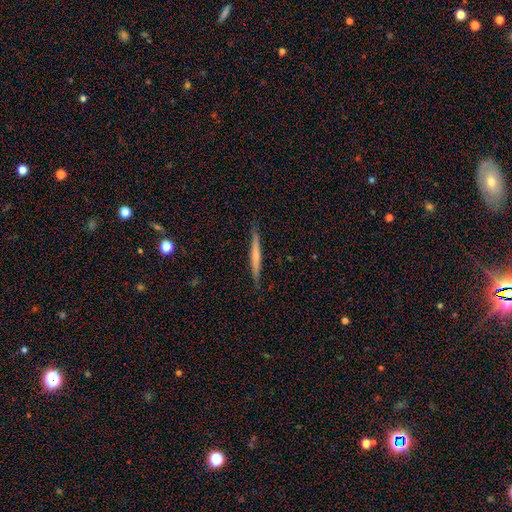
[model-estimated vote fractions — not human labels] This is possibly a featured or disk galaxy (53%). It is clearly viewed edge-on (97%). Edge-on bulge: possibly none (51%). Merging: clearly none (89%).